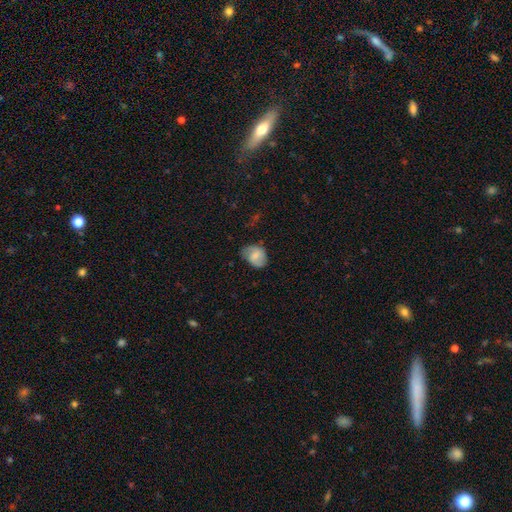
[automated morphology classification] Q: Smooth or featured?
A: smooth (59%); runner-up: featured or disk (32%)
Q: How rounded?
A: in between (59%); runner-up: round (40%)
Q: Merging?
A: none (56%); runner-up: minor disturbance (31%)